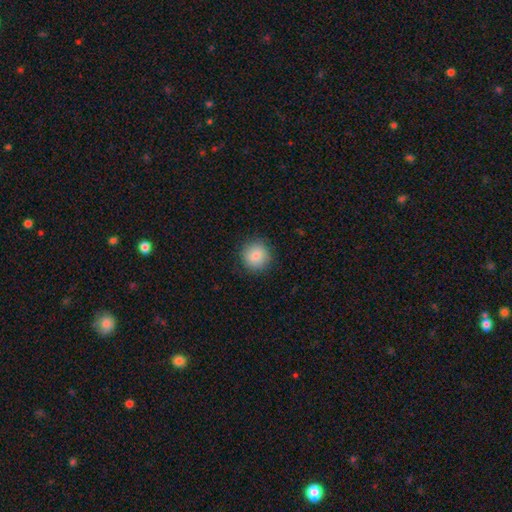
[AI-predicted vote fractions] Q: Smooth or featured?
A: smooth (85%); runner-up: star or artifact (9%)
Q: How rounded?
A: round (93%); runner-up: in between (6%)
Q: Merging?
A: none (89%); runner-up: minor disturbance (8%)